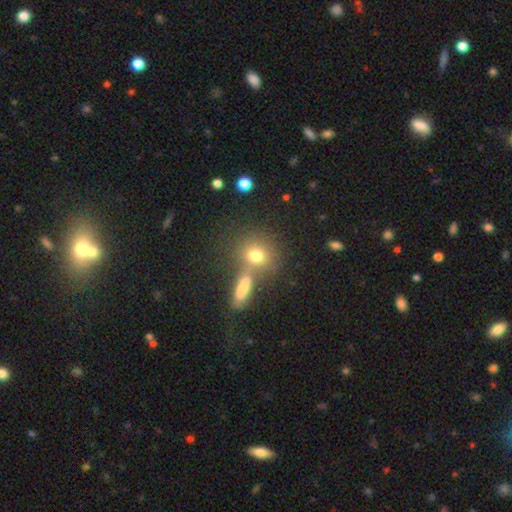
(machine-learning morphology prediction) A smooth galaxy with no disk features (73%) that is round (75%).

Vote fractions:
- Smooth or featured? smooth: 73% / star or artifact: 14% / featured or disk: 13%
- How rounded? round: 75% / in between: 23% / cigar-shaped: 3%
- Merging? none: 57% / merger: 29% / minor disturbance: 9% / major disturbance: 5%